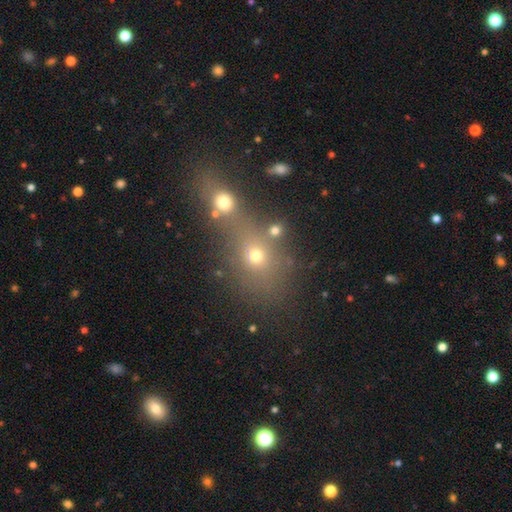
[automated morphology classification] The model was most divided on "merging": merger: 53%, none: 34%, minor disturbance: 7%, major disturbance: 6%. More confident: how rounded — round (60%); smooth or featured — smooth (60%).